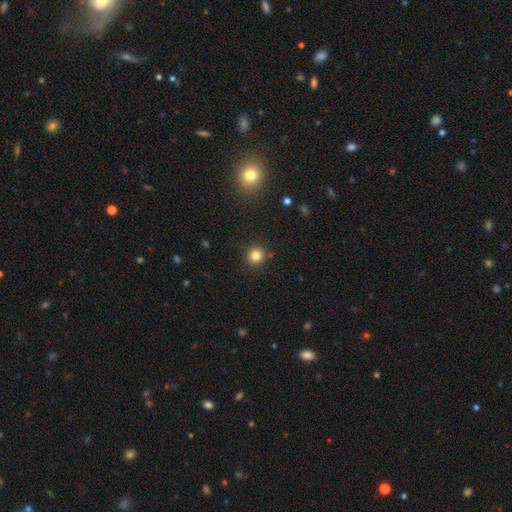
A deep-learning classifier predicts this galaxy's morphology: A smooth galaxy with no disk features (82%) that is round (92%).

Vote fractions:
- Smooth or featured? smooth: 82% / star or artifact: 13% / featured or disk: 5%
- How rounded? round: 92% / in between: 7% / cigar-shaped: 1%
- Merging? none: 89% / minor disturbance: 7% / major disturbance: 2% / merger: 2%